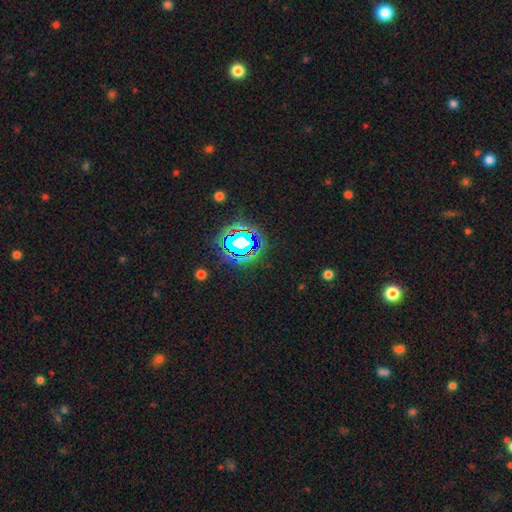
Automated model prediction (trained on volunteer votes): This appears to be a star or artifact, not a galaxy (81%).